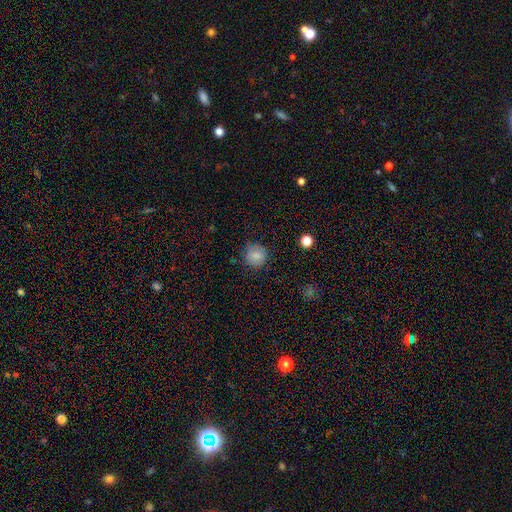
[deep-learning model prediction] Smooth or featured? smooth (81%)
How rounded? round (87%)
Merging? none (77%)